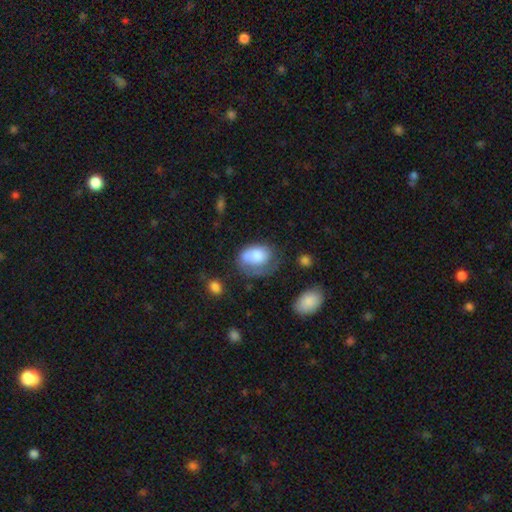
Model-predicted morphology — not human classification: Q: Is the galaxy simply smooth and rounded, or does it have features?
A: smooth — 62%.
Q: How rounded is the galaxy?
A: in between — 73%.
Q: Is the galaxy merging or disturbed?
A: none — 35%.